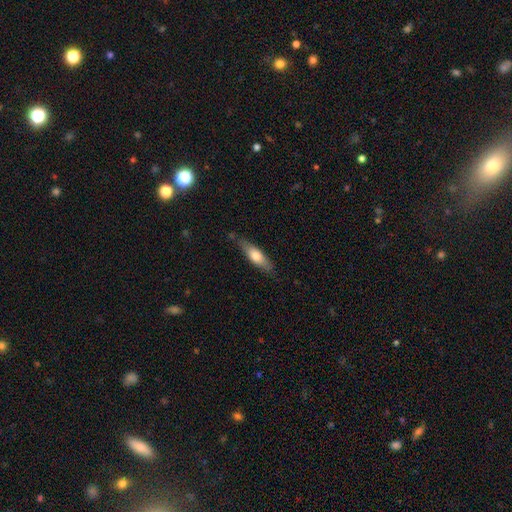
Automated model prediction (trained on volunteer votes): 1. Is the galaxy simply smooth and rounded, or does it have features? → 66% smooth, 29% featured or disk, 6% star or artifact.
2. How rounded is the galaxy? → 55% cigar-shaped, 43% in between, 2% round.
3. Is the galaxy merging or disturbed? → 77% none, 18% minor disturbance, 3% major disturbance, 2% merger.